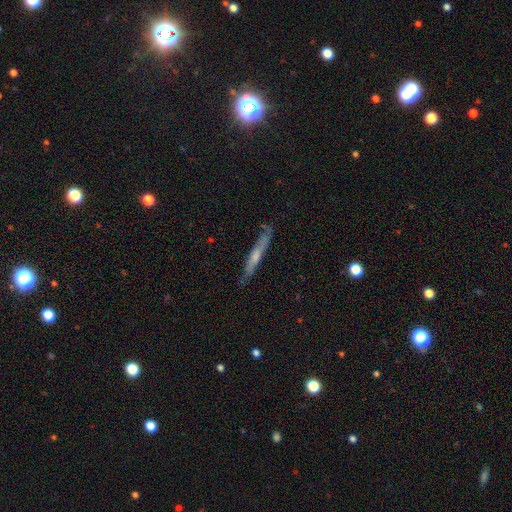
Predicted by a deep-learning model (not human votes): Overall: featured or disk (52%; smooth 42%). Edge-on disk: yes (88%). Merging: none (77%).